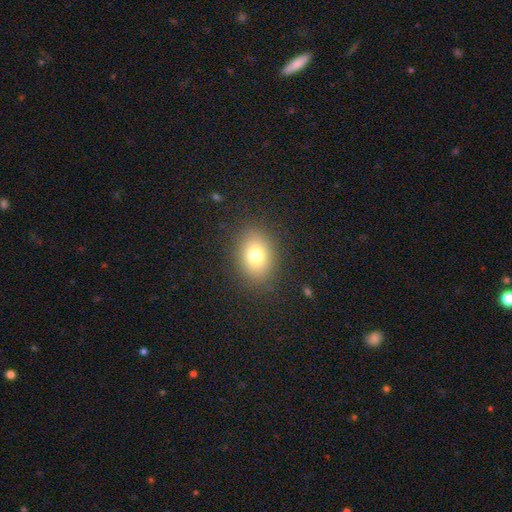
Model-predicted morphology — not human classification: Smooth or featured: smooth — 76% (star or artifact — 13%)
How rounded: in between — 65% (round — 34%)
Merging: none — 86% (minor disturbance — 9%)